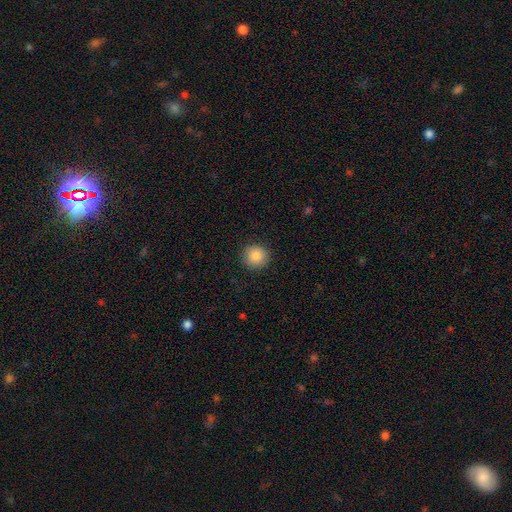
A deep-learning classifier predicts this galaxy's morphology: smooth 88%, star or artifact 8%, featured or disk 4%. Down the decision tree: how rounded — round (94%); merging — none (91%).